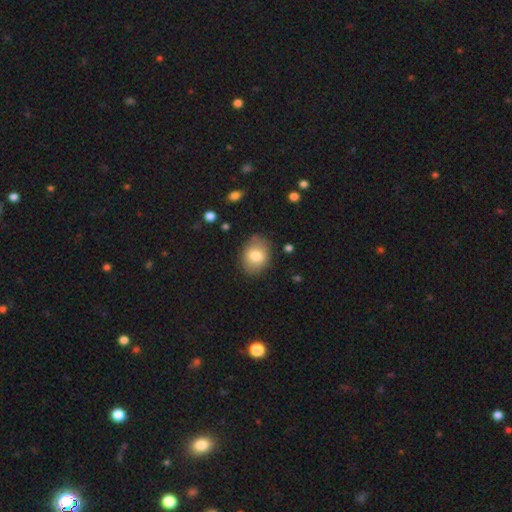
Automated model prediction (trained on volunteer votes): Smooth or featured?
  - smooth: 78% *
  - featured or disk: 14%
  - star or artifact: 8%
How rounded?
  - in between: 66% *
  - round: 33%
  - cigar-shaped: 1%
Merging?
  - none: 80% *
  - minor disturbance: 15%
  - major disturbance: 4%
  - merger: 2%